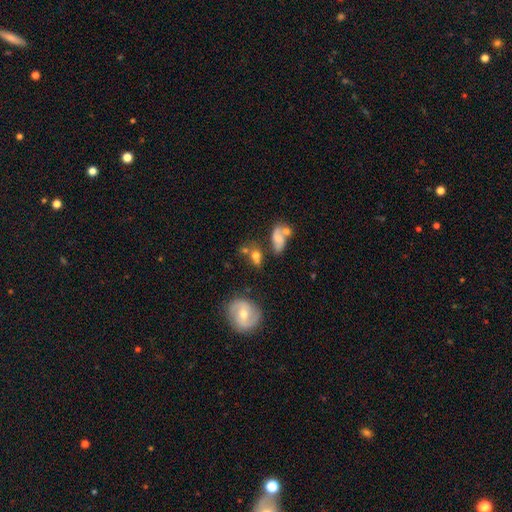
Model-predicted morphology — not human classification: Q: Smooth or featured?
A: smooth (63%); runner-up: featured or disk (25%)
Q: How rounded?
A: in between (59%); runner-up: round (36%)
Q: Merging?
A: none (50%); runner-up: merger (24%)